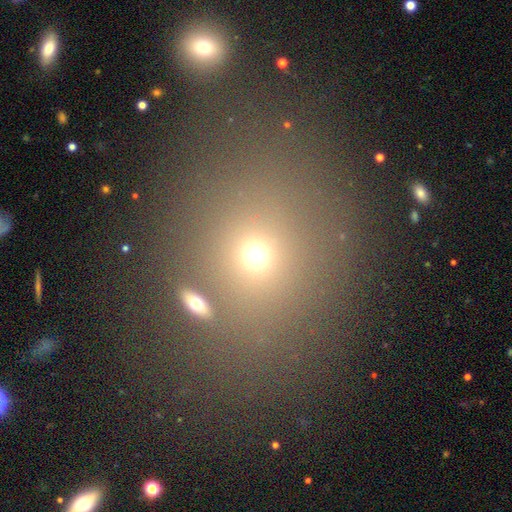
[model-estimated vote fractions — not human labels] Morphology: type=smooth (64%); roundness=round (71%); merging=none (71%).